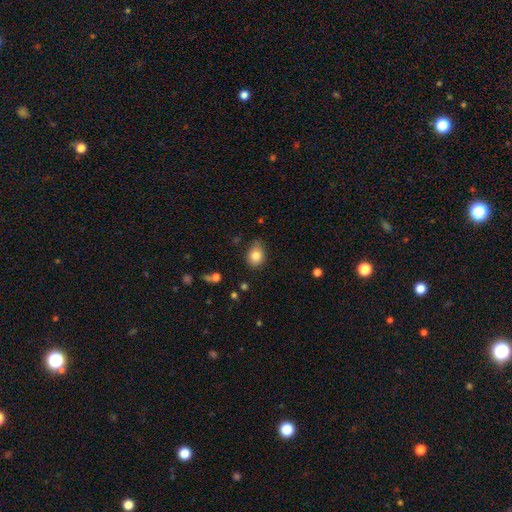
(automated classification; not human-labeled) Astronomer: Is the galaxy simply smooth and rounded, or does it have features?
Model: smooth — 83%.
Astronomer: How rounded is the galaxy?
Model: in between — 55% (runner-up: round, 44%).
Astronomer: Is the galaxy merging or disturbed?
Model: none — 68%.